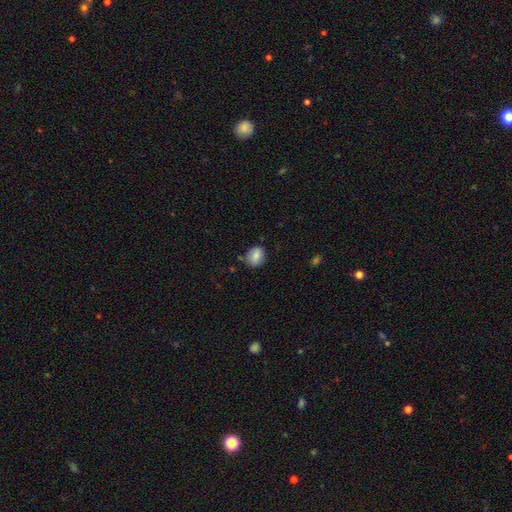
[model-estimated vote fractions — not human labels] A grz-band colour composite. It shows a smooth galaxy with no disk features (83%) that is round (50%). Merging: none (78%).